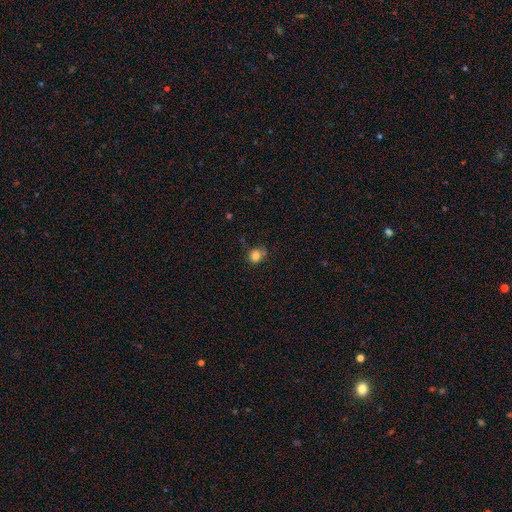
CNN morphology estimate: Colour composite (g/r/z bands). It shows a smooth galaxy with no disk features (82%) that is round (76%). Merging: none (65%).